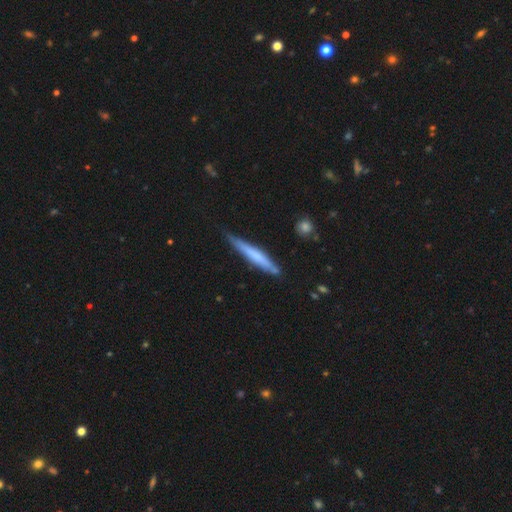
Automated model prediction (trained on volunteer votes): Smooth or featured? smooth (56%)
How rounded? cigar-shaped (95%)
Merging? none (73%)